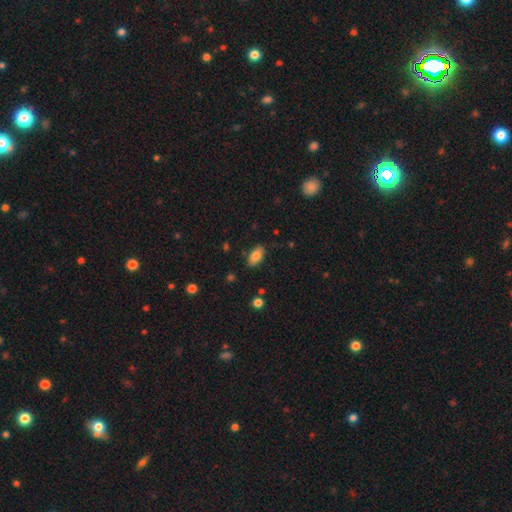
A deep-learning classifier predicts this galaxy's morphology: A smooth galaxy with no disk features (82%) that is in between round and cigar-shaped (93%). Merging: none (84%).